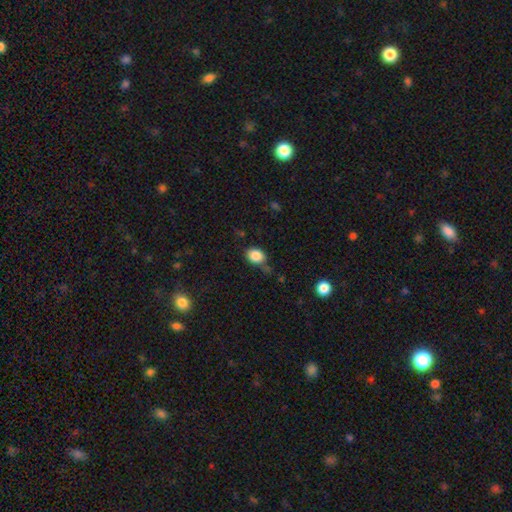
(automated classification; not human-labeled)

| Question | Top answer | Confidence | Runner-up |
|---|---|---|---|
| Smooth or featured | smooth | 86% | star or artifact (9%) |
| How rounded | in between | 55% | round (44%) |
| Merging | none | 63% | minor disturbance (24%) |